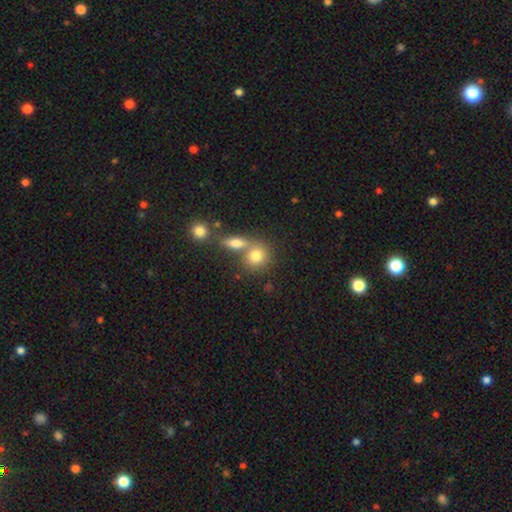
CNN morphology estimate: Smooth or featured? smooth (79%)
How rounded? round (74%)
Merging? none (47%)